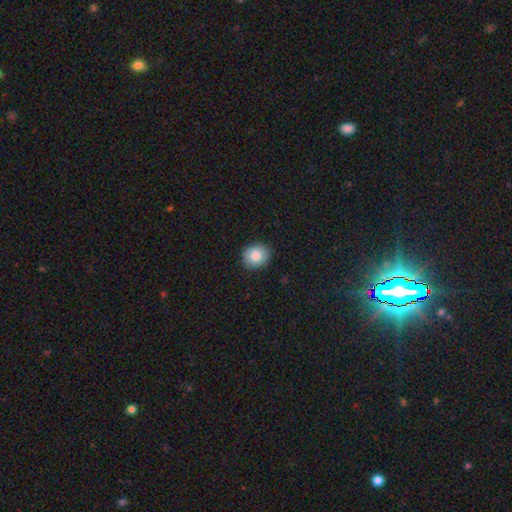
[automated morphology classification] Smooth or featured?
  - smooth: 83% *
  - featured or disk: 8%
  - star or artifact: 8%
How rounded?
  - round: 71% *
  - in between: 28%
  - cigar-shaped: 1%
Merging?
  - none: 89% *
  - minor disturbance: 8%
  - major disturbance: 2%
  - merger: 1%